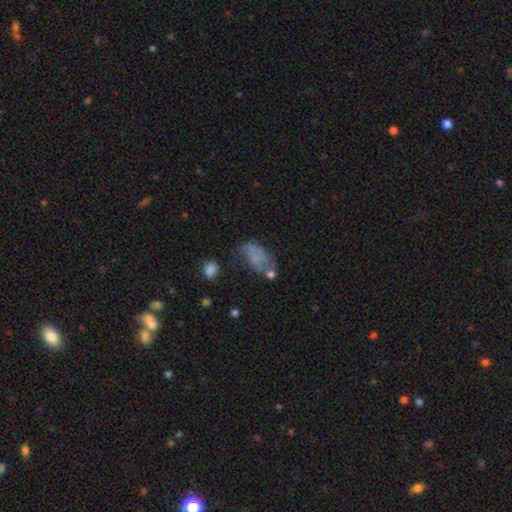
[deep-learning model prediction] smooth_or_featured: smooth (p=0.63) [alt: featured or disk p=0.25]
how_rounded: in between (p=0.90) [alt: round p=0.06]
merging: none (p=0.34) [alt: minor disturbance p=0.28]